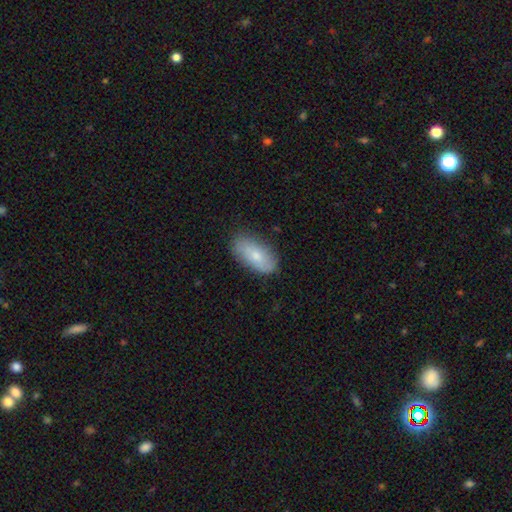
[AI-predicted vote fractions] smooth-or-featured: smooth: 66% | featured or disk: 27% | star or artifact: 7%
  how-rounded: in between: 91% | cigar-shaped: 6% | round: 3%
  merging: none: 79% | minor disturbance: 17% | major disturbance: 4% | merger: 1%